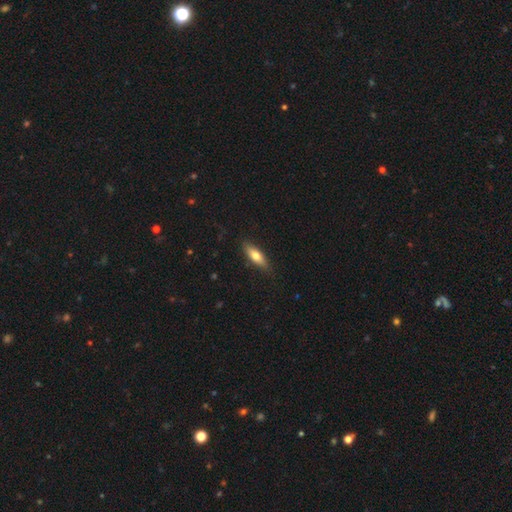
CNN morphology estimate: smooth 68%, featured or disk 26%, star or artifact 6%. Down the decision tree: how rounded — in between (54%); merging — none (85%).